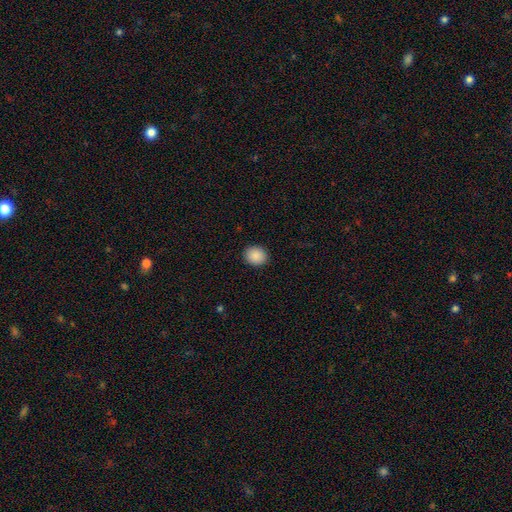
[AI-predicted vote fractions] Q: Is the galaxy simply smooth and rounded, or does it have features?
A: smooth — 89%.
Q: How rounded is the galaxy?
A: round — 69%.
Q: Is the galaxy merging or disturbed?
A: none — 91%.